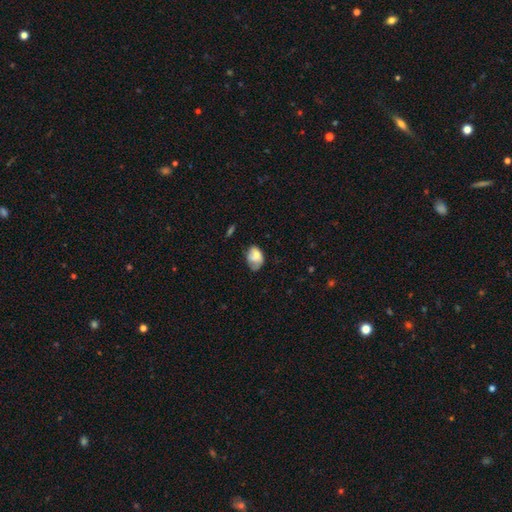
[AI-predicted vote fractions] The model was most divided on "merging": minor disturbance: 40%, none: 39%, major disturbance: 17%, merger: 4%. More confident: how rounded — in between (78%); smooth or featured — smooth (69%).